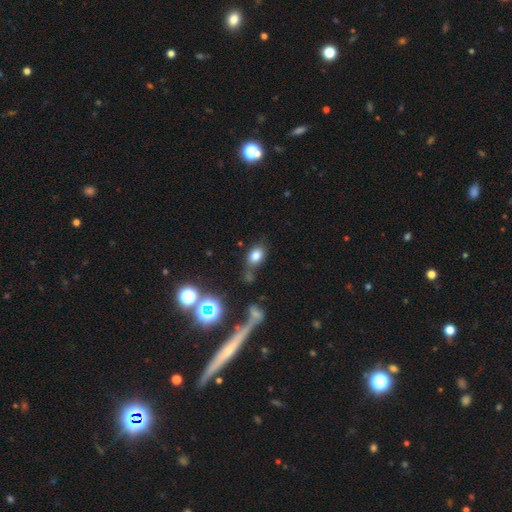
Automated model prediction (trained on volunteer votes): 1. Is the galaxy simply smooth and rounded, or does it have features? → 77% smooth, 14% star or artifact, 9% featured or disk.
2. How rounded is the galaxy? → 76% in between, 22% round, 2% cigar-shaped.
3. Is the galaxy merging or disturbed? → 64% none, 18% minor disturbance, 11% merger, 7% major disturbance.